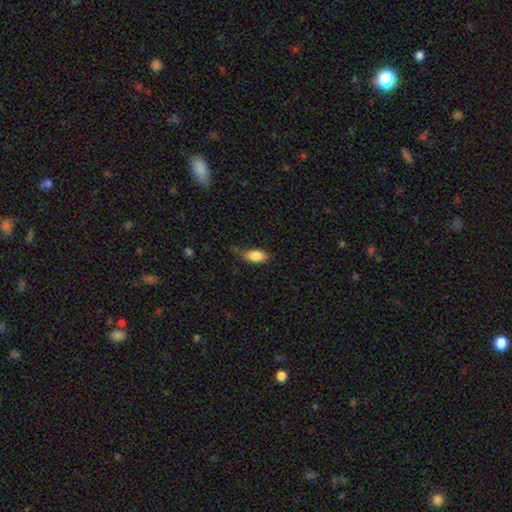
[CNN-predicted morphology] smooth_or_featured: smooth (p=0.86) [alt: star or artifact p=0.08]
how_rounded: in between (p=0.90) [alt: cigar-shaped p=0.05]
merging: none (p=0.61) [alt: minor disturbance p=0.29]